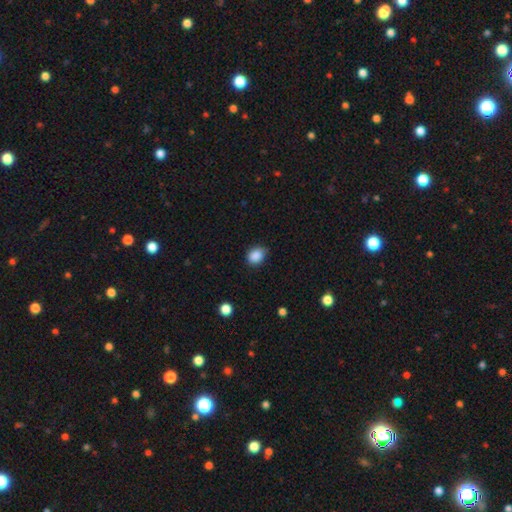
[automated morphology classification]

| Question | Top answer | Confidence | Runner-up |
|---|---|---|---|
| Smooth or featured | smooth | 88% | star or artifact (9%) |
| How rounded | in between | 50% | round (49%) |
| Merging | none | 74% | minor disturbance (21%) |